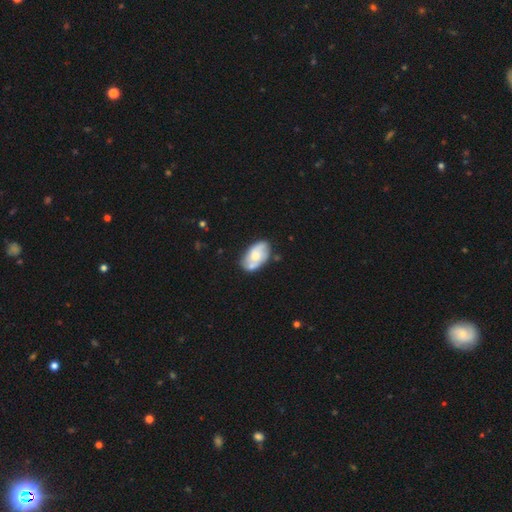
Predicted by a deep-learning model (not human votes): This appears to be a featured or disk galaxy (51%). Merging: none (59%).